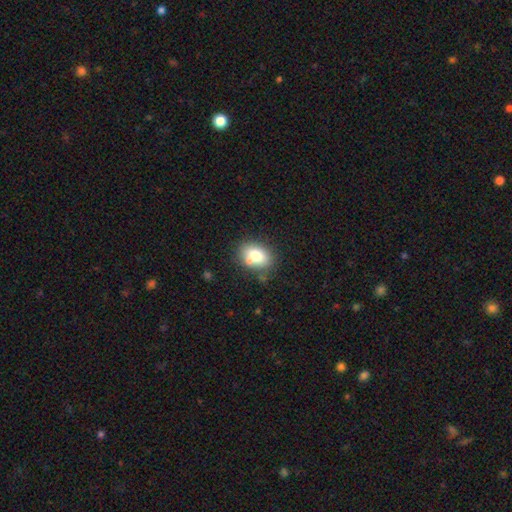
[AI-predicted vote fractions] Smooth or featured: smooth — 74% (featured or disk — 16%)
How rounded: in between — 70% (round — 29%)
Merging: none — 62% (merger — 17%)